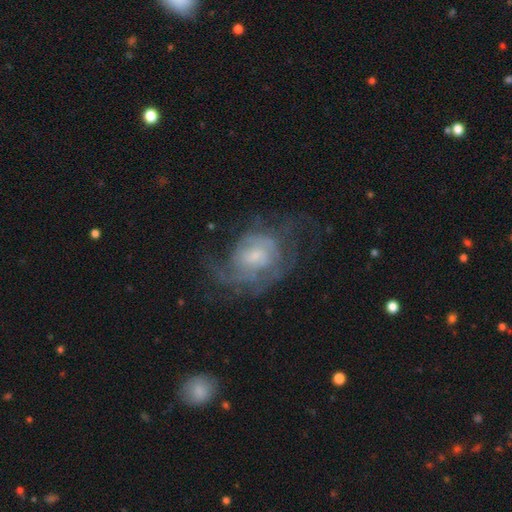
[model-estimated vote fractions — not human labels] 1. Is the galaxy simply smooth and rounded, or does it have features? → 77% featured or disk, 16% smooth, 8% star or artifact.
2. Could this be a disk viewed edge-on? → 97% no, 3% yes.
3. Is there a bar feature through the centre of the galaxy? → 61% no, 34% weak, 5% strong.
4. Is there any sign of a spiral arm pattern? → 84% yes, 16% no.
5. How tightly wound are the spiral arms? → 40% tight, 39% medium, 21% loose.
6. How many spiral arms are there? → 41% can't tell, 28% 2, 11% 3, 10% 1, 5% 4, 4% more than 4.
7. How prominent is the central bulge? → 54% small, 32% moderate, 7% none, 5% large, 1% dominant.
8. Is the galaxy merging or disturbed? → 50% none, 29% major disturbance, 20% minor disturbance, 2% merger.